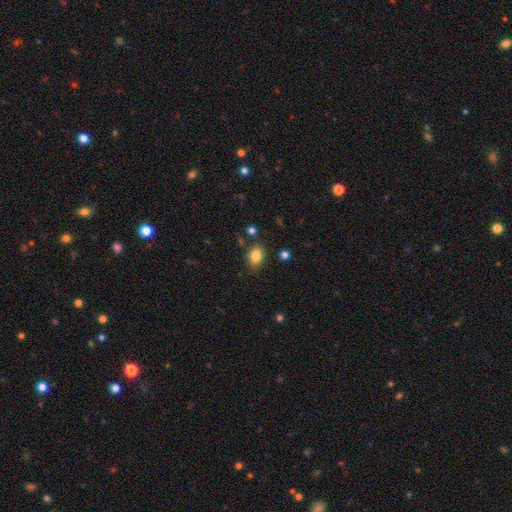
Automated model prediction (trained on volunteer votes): Smooth or featured: smooth — 83% (star or artifact — 10%)
How rounded: in between — 69% (round — 30%)
Merging: none — 81% (minor disturbance — 12%)